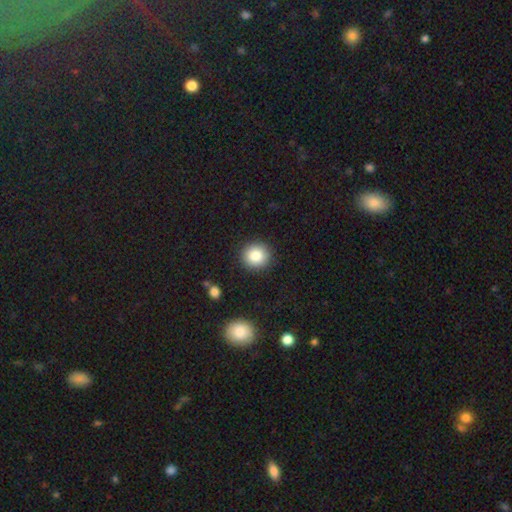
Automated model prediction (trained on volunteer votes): Q: Smooth or featured?
A: smooth (84%); runner-up: star or artifact (10%)
Q: How rounded?
A: round (91%); runner-up: in between (8%)
Q: Merging?
A: none (91%); runner-up: minor disturbance (6%)